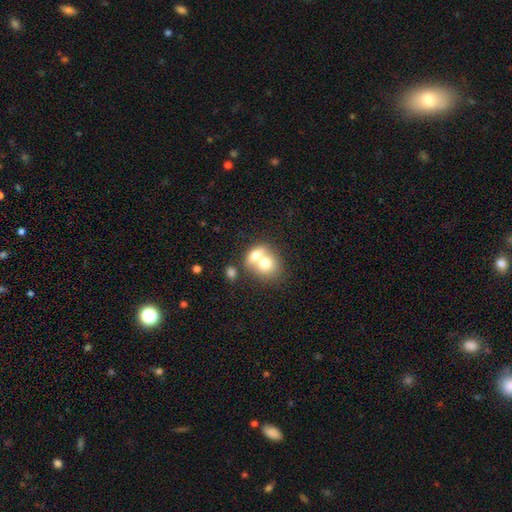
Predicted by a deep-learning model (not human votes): Smooth or featured? Predicted: smooth (p=0.69). How rounded? Predicted: round (p=0.50). Merging? Predicted: merger (p=0.70).